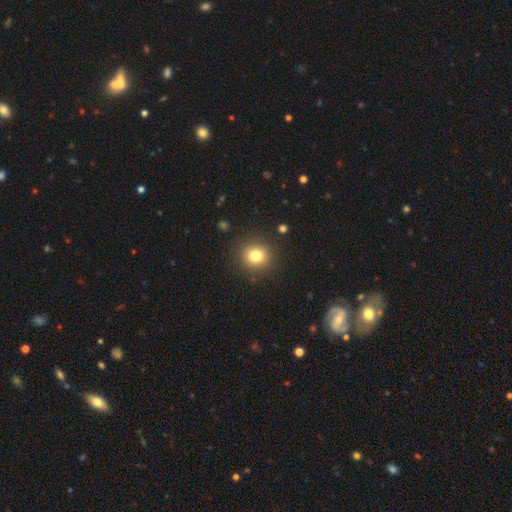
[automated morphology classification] type=smooth (80%); roundness=round (86%); merging=none (90%).